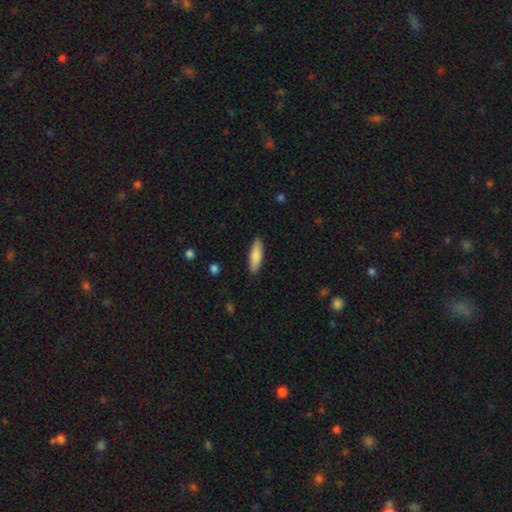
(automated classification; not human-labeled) Overall: smooth (83%). How rounded: cigar-shaped (51%; in between 48%). Merging: none (88%).